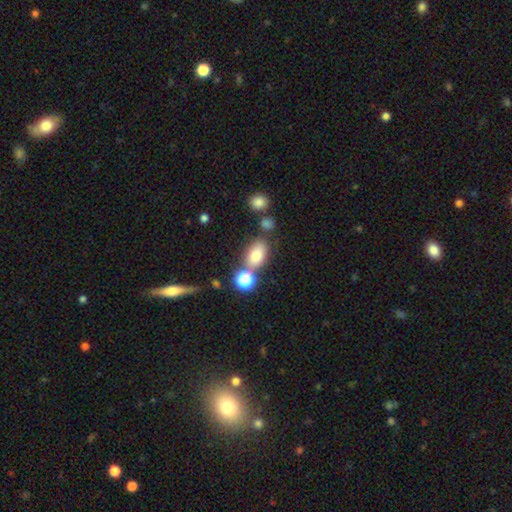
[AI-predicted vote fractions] Smooth or featured? Predicted: smooth (p=0.75). How rounded? Predicted: in between (p=0.78). Merging? Predicted: none (p=0.65).